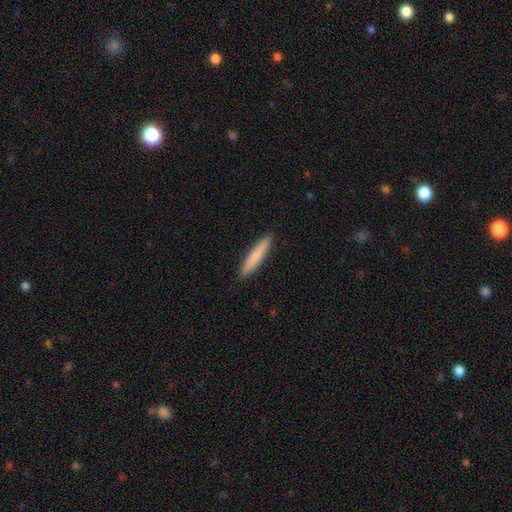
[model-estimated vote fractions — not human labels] This appears to be a smooth galaxy with no disk features (81%) that is cigar-shaped (93%). Merging: none (92%).